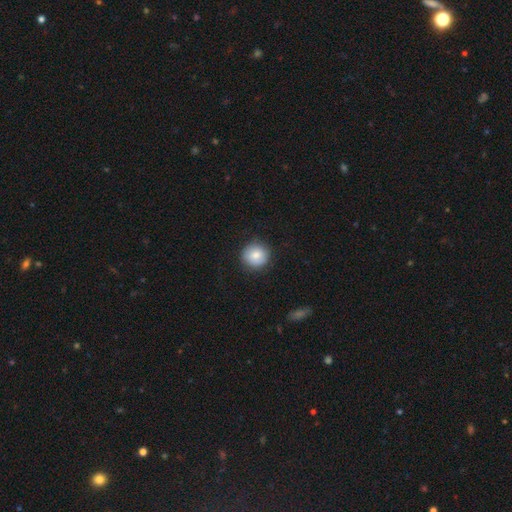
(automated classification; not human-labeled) Smooth or featured: smooth — 80% (featured or disk — 12%)
How rounded: round — 92% (in between — 7%)
Merging: none — 86% (minor disturbance — 10%)